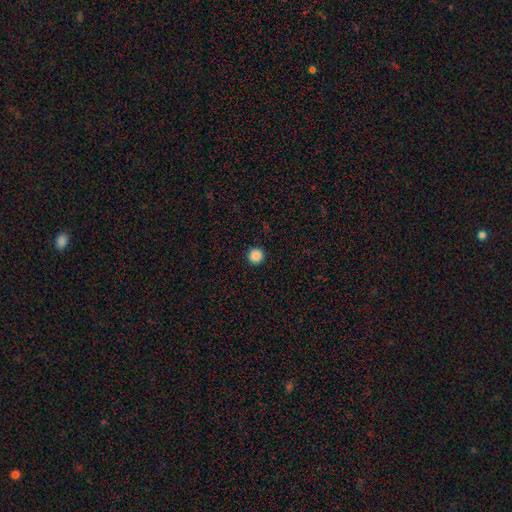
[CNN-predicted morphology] Smooth or featured? Predicted: smooth (p=0.87). How rounded? Predicted: round (p=0.96). Merging? Predicted: none (p=0.93).